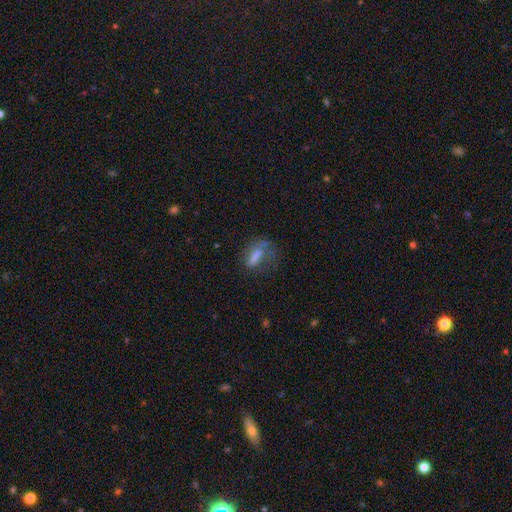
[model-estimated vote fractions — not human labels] The model was most divided on "merging": none: 41%, major disturbance: 32%, minor disturbance: 22%, merger: 4%. More confident: how rounded — in between (53%); smooth or featured — smooth (51%).